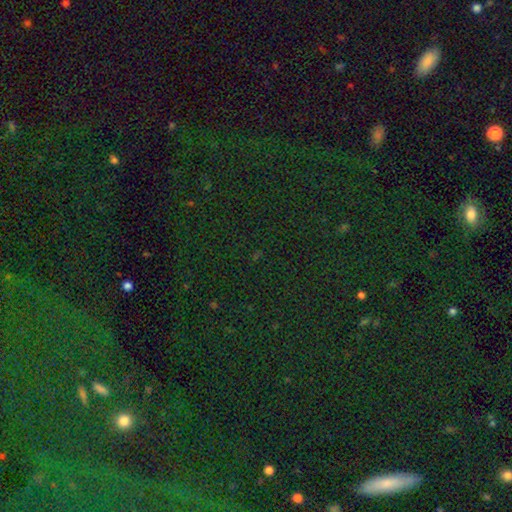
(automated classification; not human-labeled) Smooth or featured? Predicted: star or artifact (p=0.77).